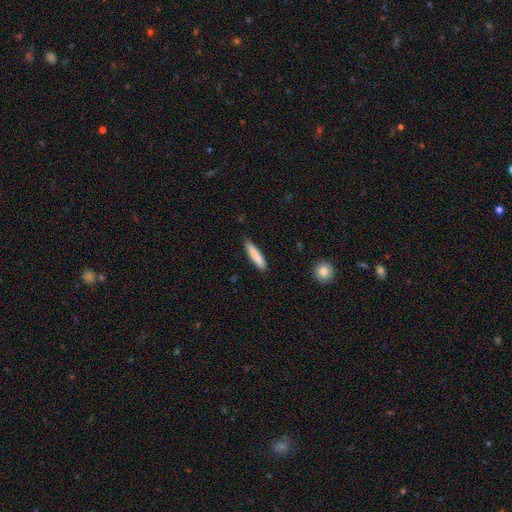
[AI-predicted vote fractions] Smooth or featured? smooth (83%)
How rounded? cigar-shaped (88%)
Merging? none (89%)